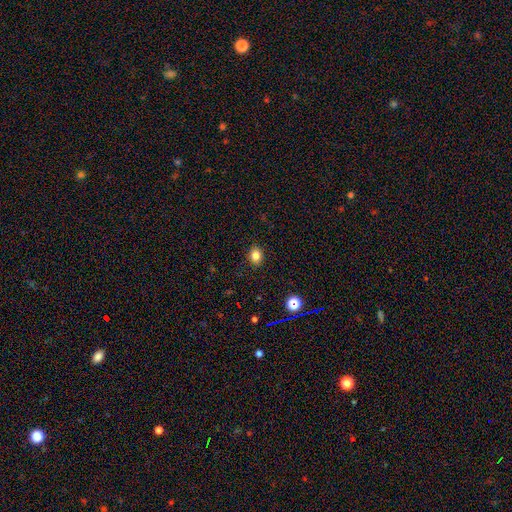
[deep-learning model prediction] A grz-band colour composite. It shows a smooth galaxy with no disk features (82%) that is in between round and cigar-shaped (57%). Merging: none (88%).